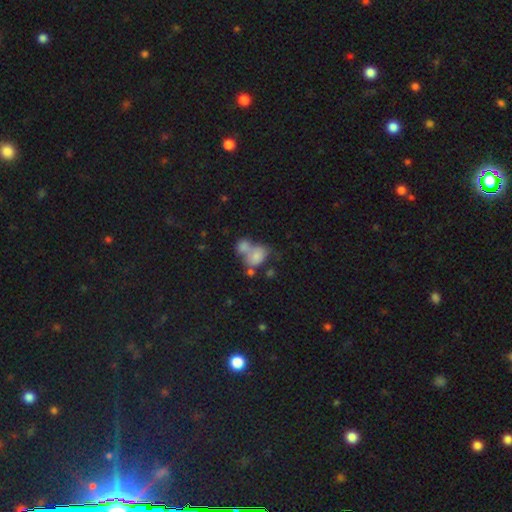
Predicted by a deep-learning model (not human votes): The model was most divided on "how rounded": in between: 67%, round: 31%, cigar-shaped: 1%. More confident: smooth or featured — smooth (73%); merging — merger (63%).